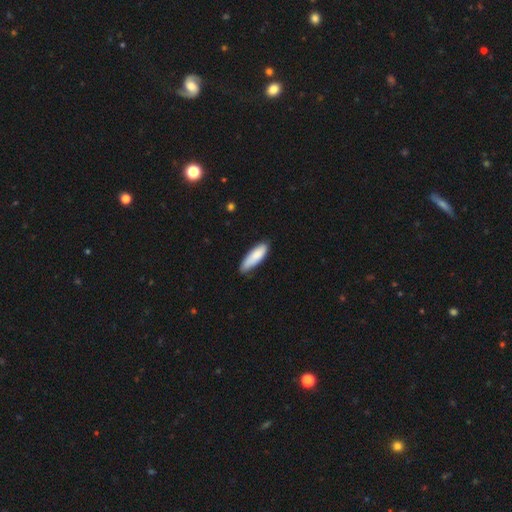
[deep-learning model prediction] Smooth or featured: smooth — 84% (featured or disk — 10%)
How rounded: in between — 50% (cigar-shaped — 48%)
Merging: none — 67% (minor disturbance — 28%)